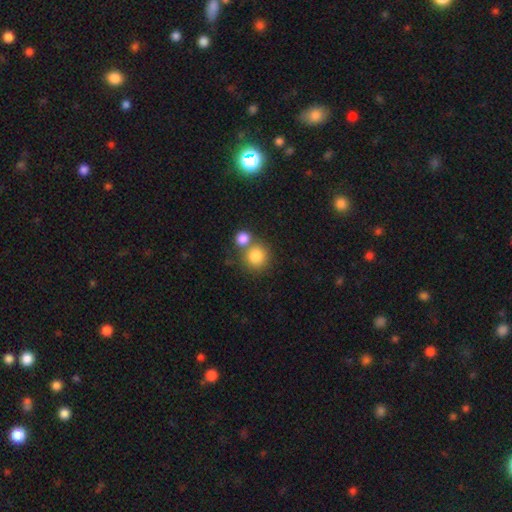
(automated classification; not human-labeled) A smooth galaxy with no disk features (83%) that is round (90%). Merging: none (54%).